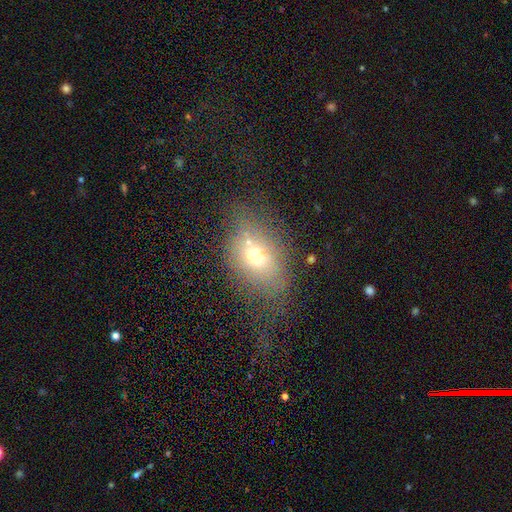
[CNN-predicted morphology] Overall: smooth (59%; featured or disk 24%). How rounded: in between (66%; round 31%). Merging: none (54%; minor disturbance 22%).